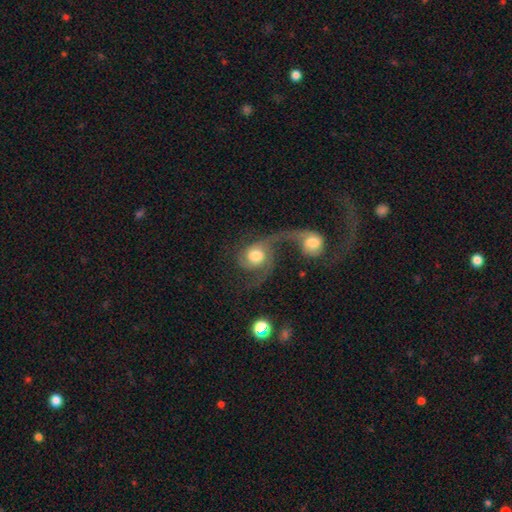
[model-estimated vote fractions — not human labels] smooth-or-featured: featured or disk: 71% | smooth: 23% | star or artifact: 6%
  disk-edge-on: no: 97% | yes: 3%
    bar: no: 72% | weak: 23% | strong: 5%
    has-spiral-arms: yes: 91% | no: 9%
      spiral-winding: loose: 48% | medium: 36% | tight: 16%
      spiral-arm-count: 2: 65% | 1: 20% | can't tell: 7% | 3: 4% | 4: 2% | more than 4: 2%
    bulge-size: moderate: 46% | large: 40% | small: 6% | dominant: 5% | none: 2%
  merging: merger: 61% | major disturbance: 17% | none: 15% | minor disturbance: 7%